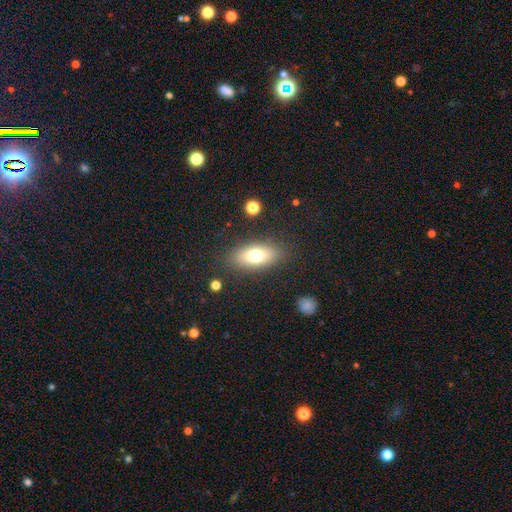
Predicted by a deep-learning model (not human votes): This appears to be a smooth galaxy with no disk features (71%) that is in between round and cigar-shaped (84%). Merging: none (84%).